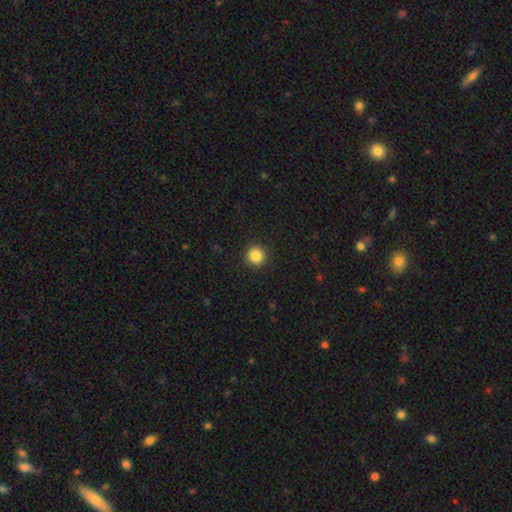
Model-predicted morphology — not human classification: Smooth or featured? smooth (86%)
How rounded? round (94%)
Merging? none (92%)